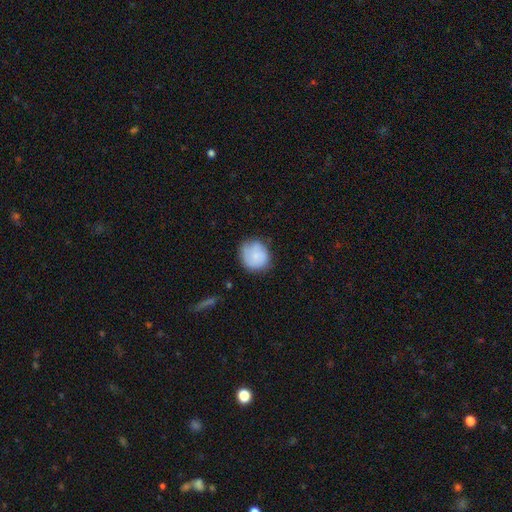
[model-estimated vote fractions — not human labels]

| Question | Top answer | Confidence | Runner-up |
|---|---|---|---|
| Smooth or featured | smooth | 71% | featured or disk (21%) |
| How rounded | round | 84% | in between (15%) |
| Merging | none | 68% | minor disturbance (23%) |